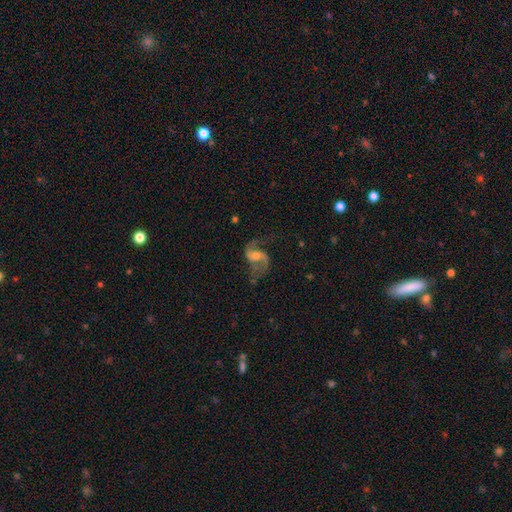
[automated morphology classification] Smooth or featured: featured or disk — 84% (smooth — 10%)
Edge-on disk: no — 97% (yes — 3%)
Bar: weak — 43% (no — 41%)
Spiral arms: yes — 94% (no — 6%)
Spiral winding: loose — 68% (medium — 28%)
Spiral arm count: 2 — 91% (1 — 3%)
Bulge size: moderate — 50% (small — 37%)
Merging: none — 60% (major disturbance — 19%)